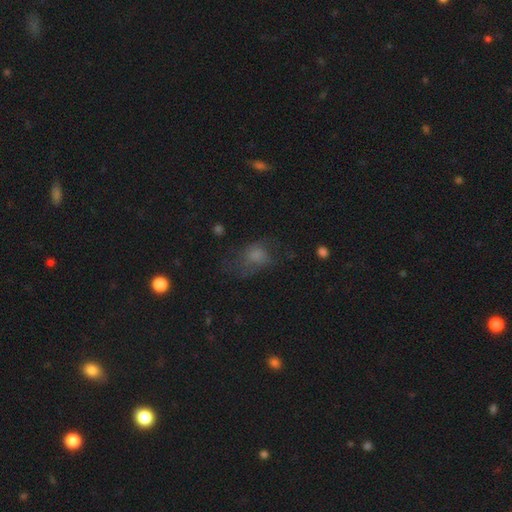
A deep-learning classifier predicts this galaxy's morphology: This appears to be a smooth galaxy with no disk features (61%) that is in between round and cigar-shaped (61%). Merging: none (39%).